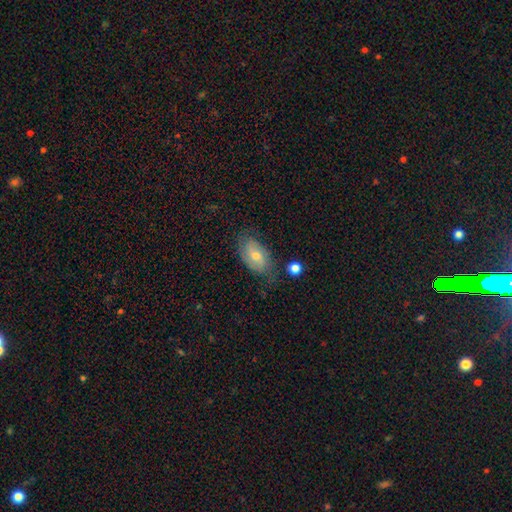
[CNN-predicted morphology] Smooth or featured? featured or disk (53%)
Edge-on disk? no (93%)
Merging? none (67%)